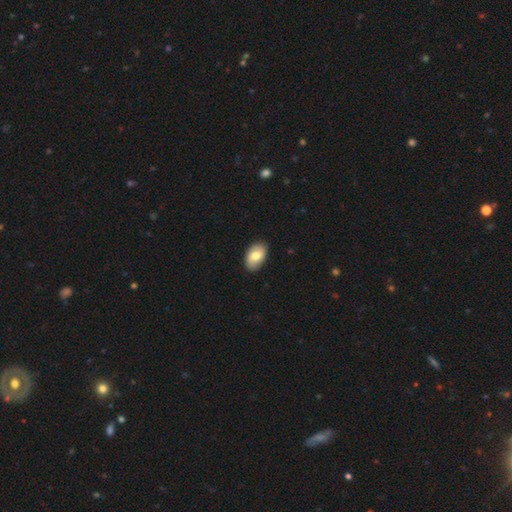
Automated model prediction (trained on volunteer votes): Morphology: type=smooth (73%); roundness=in between (92%); merging=none (87%).